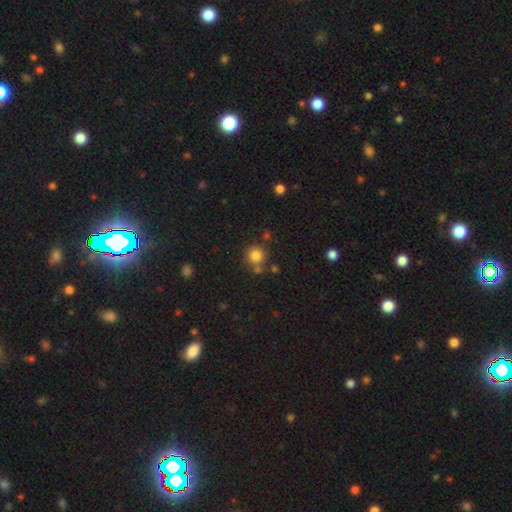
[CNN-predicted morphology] A smooth galaxy with no disk features (82%) that is round (92%).

Vote fractions:
- Smooth or featured? smooth: 82% / star or artifact: 12% / featured or disk: 6%
- How rounded? round: 92% / in between: 7% / cigar-shaped: 1%
- Merging? none: 73% / merger: 13% / minor disturbance: 10% / major disturbance: 4%